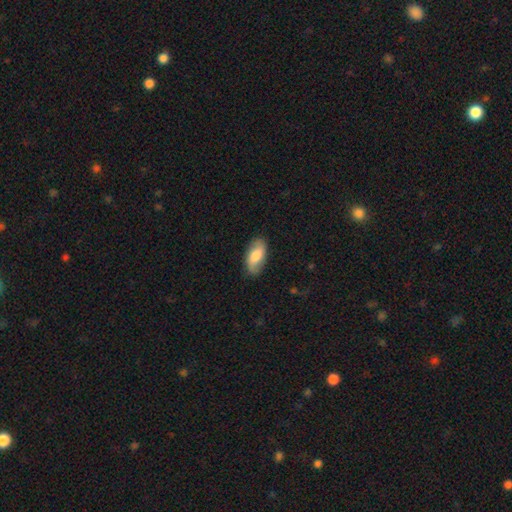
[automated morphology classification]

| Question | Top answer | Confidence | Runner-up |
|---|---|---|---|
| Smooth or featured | smooth | 60% | featured or disk (33%) |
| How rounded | in between | 91% | cigar-shaped (6%) |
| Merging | none | 82% | minor disturbance (14%) |